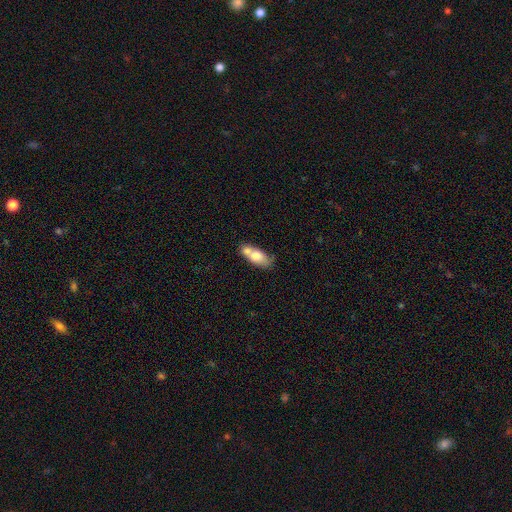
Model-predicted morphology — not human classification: smooth 69%, featured or disk 24%, star or artifact 7%. Down the decision tree: how rounded — in between (78%); merging — merger (46%).